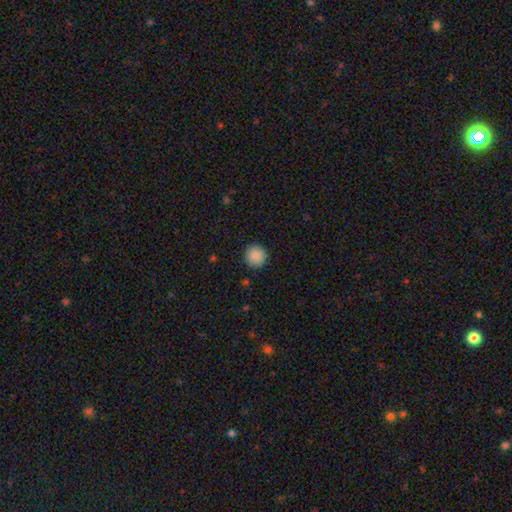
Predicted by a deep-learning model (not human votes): This appears to be a smooth galaxy with no disk features (89%) that is round (94%). Merging: none (91%).